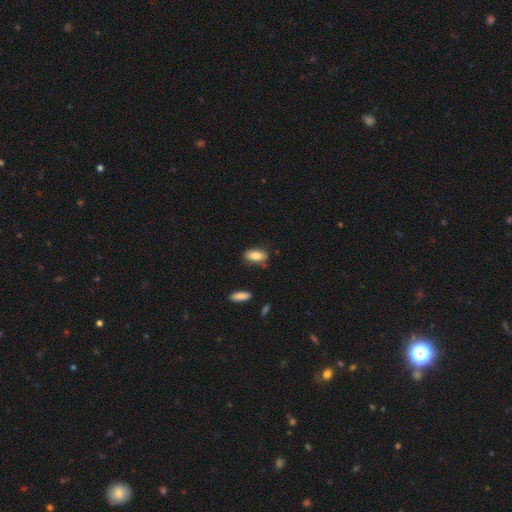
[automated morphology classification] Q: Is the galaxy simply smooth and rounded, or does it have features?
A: smooth — 82%.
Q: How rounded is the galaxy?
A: in between — 88%.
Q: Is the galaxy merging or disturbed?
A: none — 81%.